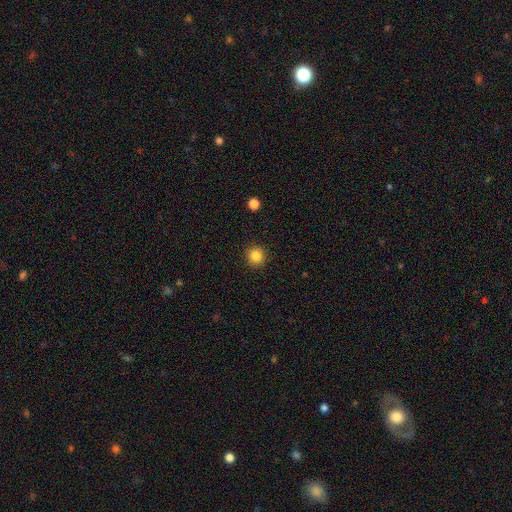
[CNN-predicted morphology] This is clearly a smooth galaxy (85%). How rounded: clearly round (93%). Merging: clearly none (91%).